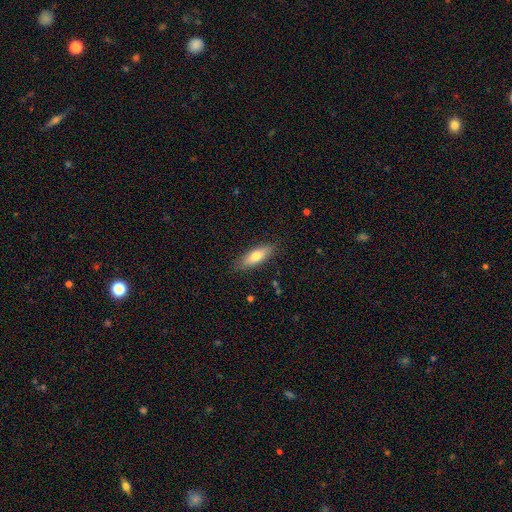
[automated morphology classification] smooth 71%, featured or disk 23%, star or artifact 6%. Down the decision tree: how rounded — in between (60%); merging — none (85%).